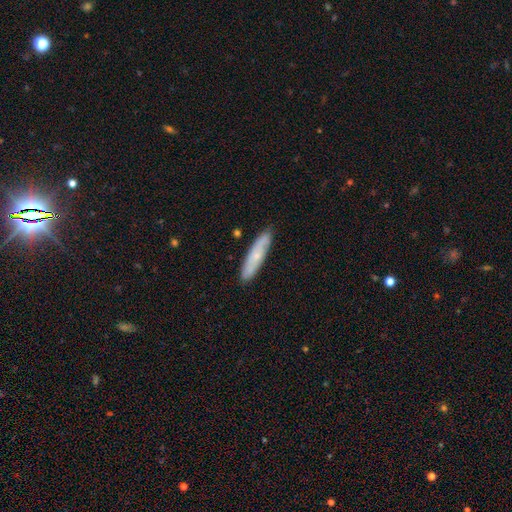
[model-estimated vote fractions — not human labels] Smooth or featured?
  - smooth: 58% *
  - featured or disk: 36%
  - star or artifact: 6%
How rounded?
  - cigar-shaped: 83% *
  - in between: 16%
  - round: 2%
Merging?
  - none: 87% *
  - minor disturbance: 10%
  - major disturbance: 2%
  - merger: 1%